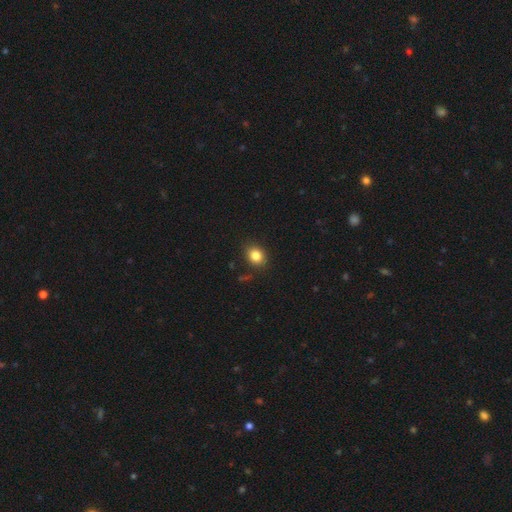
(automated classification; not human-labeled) This is clearly a smooth galaxy (83%). How rounded: possibly round (53%). Merging: clearly none (85%).